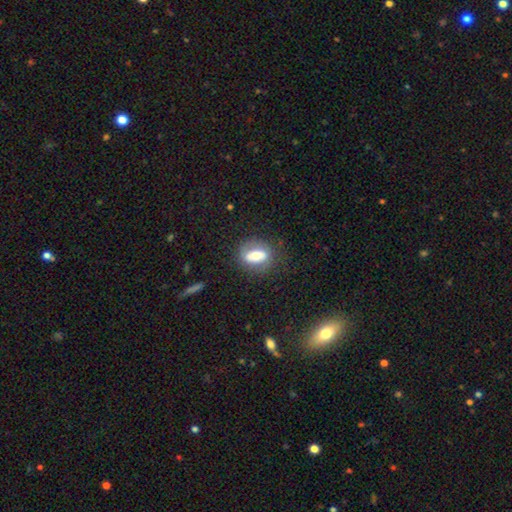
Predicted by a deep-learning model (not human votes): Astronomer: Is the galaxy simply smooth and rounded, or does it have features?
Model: smooth — 52% (runner-up: featured or disk, 40%).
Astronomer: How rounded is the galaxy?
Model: in between — 69%.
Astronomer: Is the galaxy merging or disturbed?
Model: none — 76%.